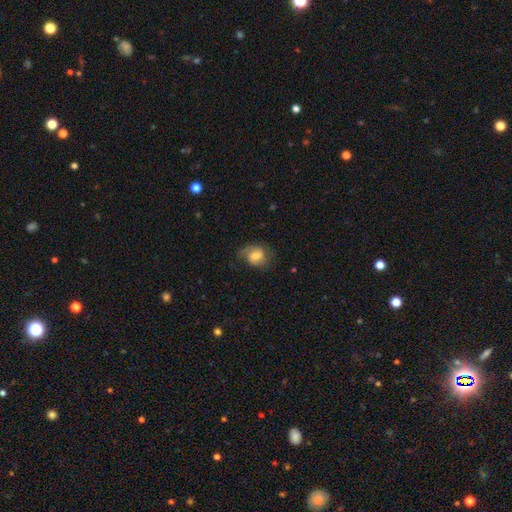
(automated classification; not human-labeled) smooth-or-featured: smooth: 46% | featured or disk: 45% | star or artifact: 8%
  merging: none: 54% | minor disturbance: 26% | major disturbance: 18% | merger: 2%